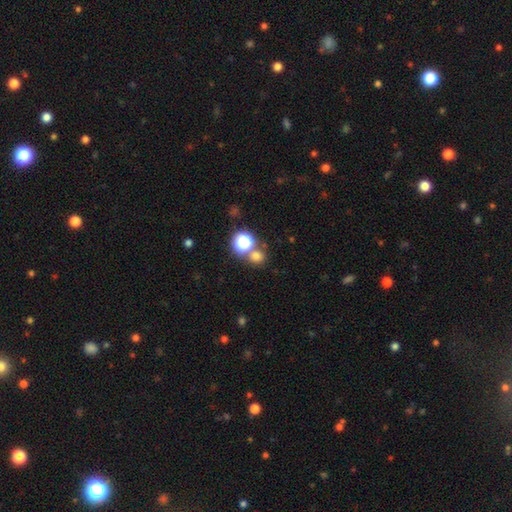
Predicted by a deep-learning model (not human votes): Smooth or featured?
  - smooth: 69% *
  - star or artifact: 24%
  - featured or disk: 7%
How rounded?
  - round: 85% *
  - in between: 14%
  - cigar-shaped: 1%
Merging?
  - none: 65% *
  - merger: 24%
  - minor disturbance: 7%
  - major disturbance: 3%